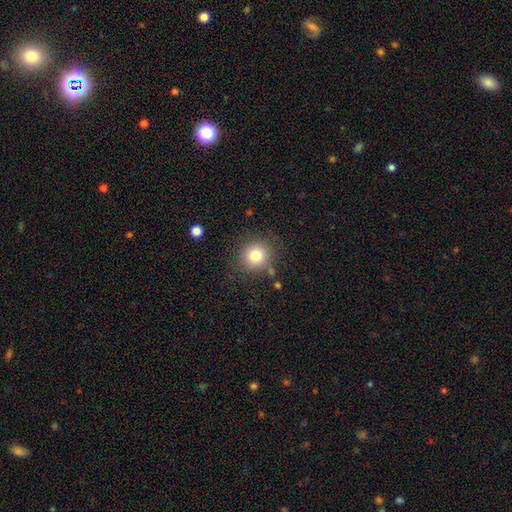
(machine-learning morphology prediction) Smooth or featured? Predicted: smooth (p=0.80). How rounded? Predicted: round (p=0.90). Merging? Predicted: none (p=0.84).